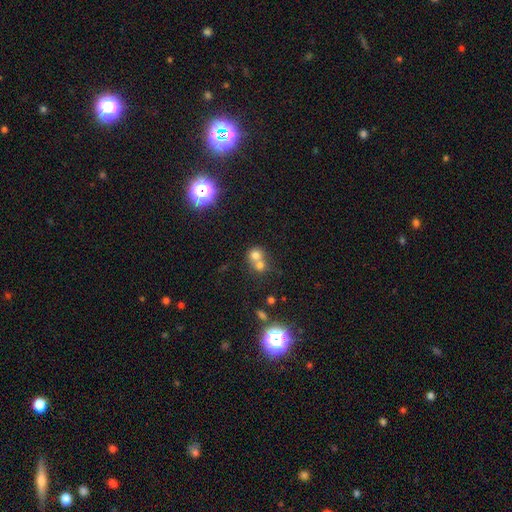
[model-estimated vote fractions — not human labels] The model was most divided on "merging": merger: 62%, none: 30%, minor disturbance: 5%, major disturbance: 3%. More confident: how rounded — round (80%); smooth or featured — smooth (70%).